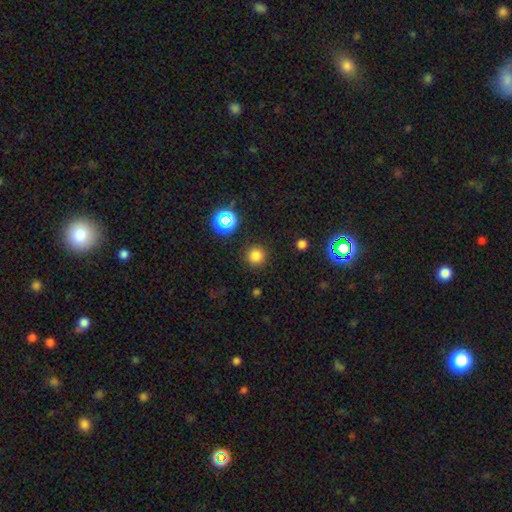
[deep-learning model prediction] smooth_or_featured: smooth (p=0.77) [alt: star or artifact p=0.18]
how_rounded: round (p=0.95) [alt: in between p=0.04]
merging: none (p=0.89) [alt: minor disturbance p=0.06]